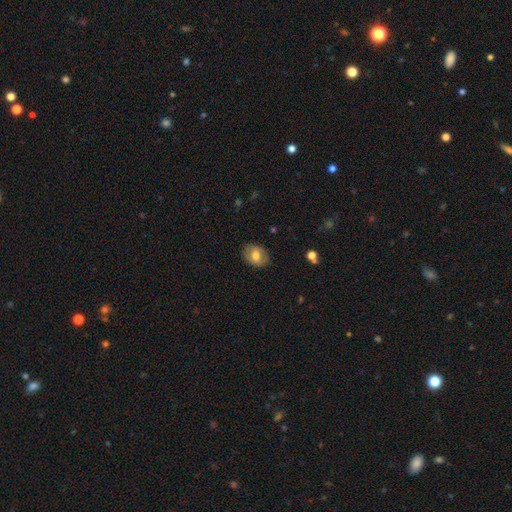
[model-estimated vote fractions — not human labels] Smooth or featured? Predicted: smooth (p=0.63). How rounded? Predicted: in between (p=0.68). Merging? Predicted: none (p=0.81).